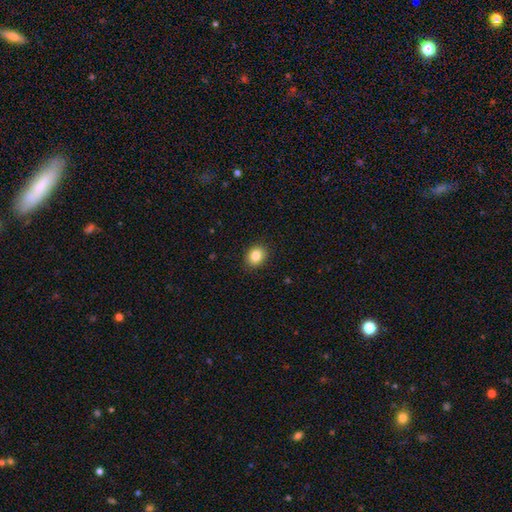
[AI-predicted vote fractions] A smooth galaxy with no disk features (85%) that is round (54%).

Vote fractions:
- Smooth or featured? smooth: 85% / star or artifact: 9% / featured or disk: 6%
- How rounded? round: 54% / in between: 45% / cigar-shaped: 1%
- Merging? none: 90% / minor disturbance: 8% / major disturbance: 2% / merger: 1%